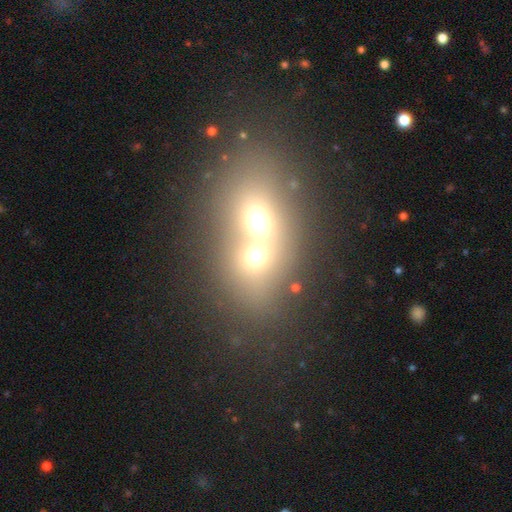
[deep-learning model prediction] smooth 64%, star or artifact 18%, featured or disk 18%. Down the decision tree: how rounded — round (60%); merging — merger (72%).